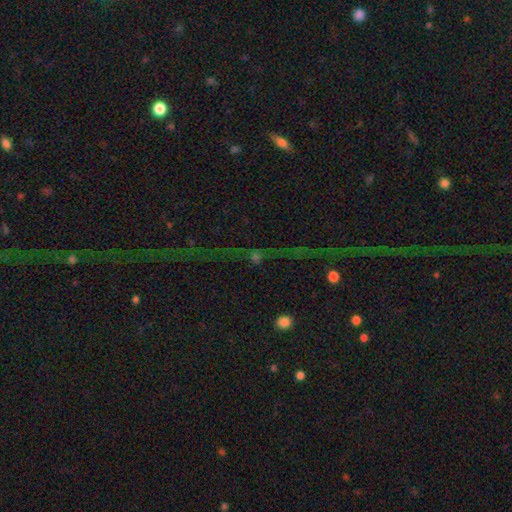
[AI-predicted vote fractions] Smooth or featured? Predicted: star or artifact (p=0.60).